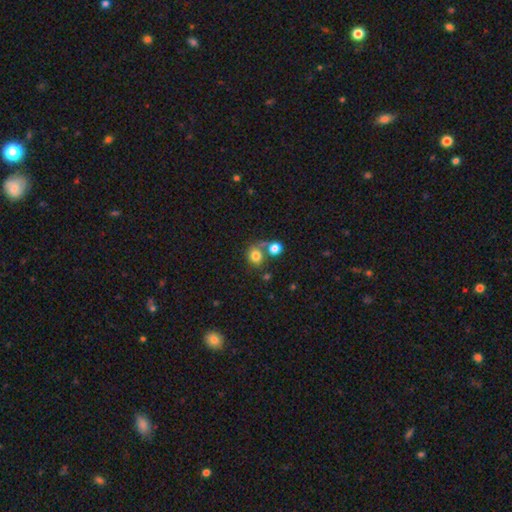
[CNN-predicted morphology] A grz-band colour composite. It shows a smooth galaxy with no disk features (77%) that is round (74%). Merging: none (44%).